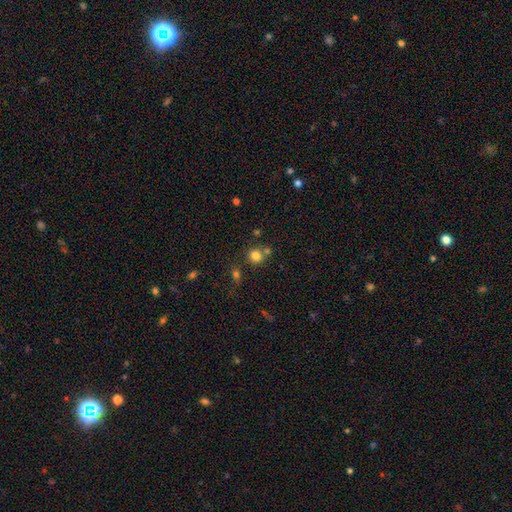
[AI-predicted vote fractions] Q: Smooth or featured?
A: smooth (80%); runner-up: star or artifact (14%)
Q: How rounded?
A: round (87%); runner-up: in between (12%)
Q: Merging?
A: none (66%); runner-up: merger (21%)